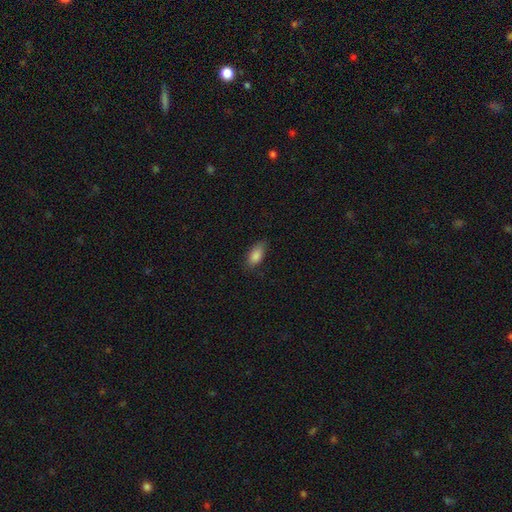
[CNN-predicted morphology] A smooth galaxy with no disk features (86%) that is in between round and cigar-shaped (88%).

Vote fractions:
- Smooth or featured? smooth: 86% / star or artifact: 8% / featured or disk: 7%
- How rounded? in between: 88% / cigar-shaped: 9% / round: 3%
- Merging? none: 77% / minor disturbance: 18% / major disturbance: 4% / merger: 1%